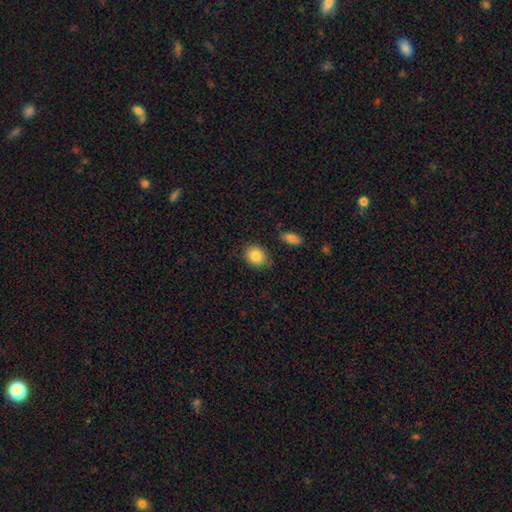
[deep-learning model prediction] smooth-or-featured: smooth: 85% | star or artifact: 8% | featured or disk: 7%
  how-rounded: round: 62% | in between: 37% | cigar-shaped: 1%
  merging: none: 80% | minor disturbance: 14% | major disturbance: 3% | merger: 3%